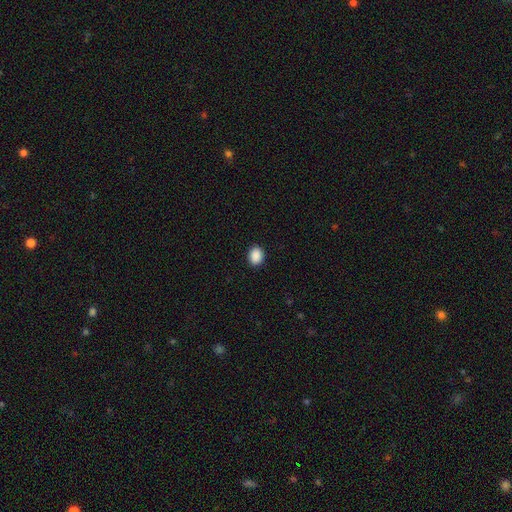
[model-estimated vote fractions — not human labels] A smooth galaxy with no disk features (90%) that is round (51%). Merging: none (90%).